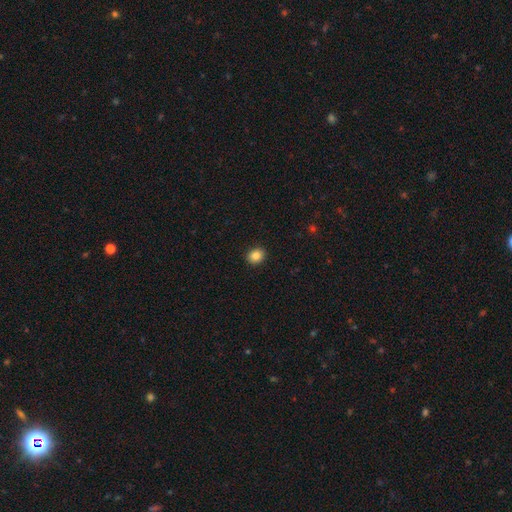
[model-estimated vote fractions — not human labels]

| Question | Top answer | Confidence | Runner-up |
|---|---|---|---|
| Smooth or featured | smooth | 86% | star or artifact (10%) |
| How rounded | round | 59% | in between (41%) |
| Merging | none | 92% | minor disturbance (6%) |